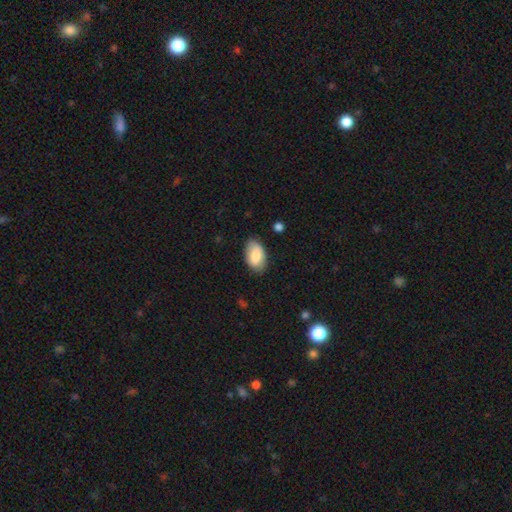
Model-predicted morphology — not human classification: smooth 79%, featured or disk 15%, star or artifact 6%. Down the decision tree: how rounded — in between (94%); merging — none (80%).